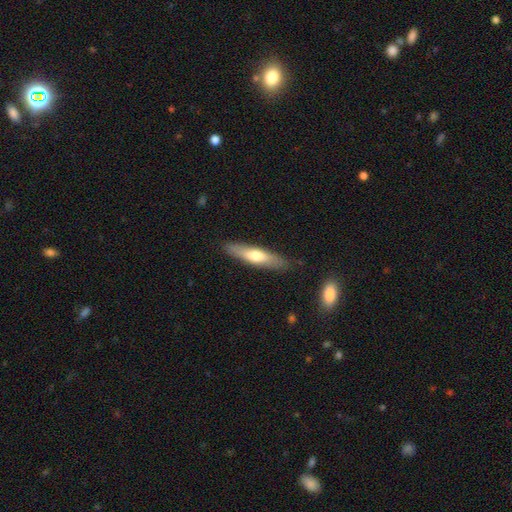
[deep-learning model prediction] Smooth or featured?
  - smooth: 60% *
  - featured or disk: 35%
  - star or artifact: 5%
How rounded?
  - cigar-shaped: 79% *
  - in between: 20%
  - round: 2%
Merging?
  - none: 87% *
  - minor disturbance: 10%
  - major disturbance: 2%
  - merger: 1%